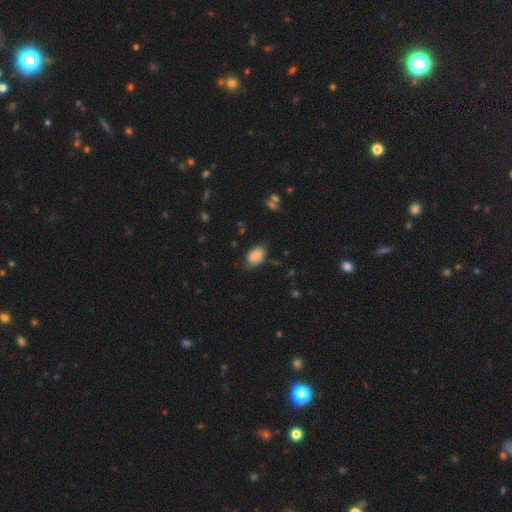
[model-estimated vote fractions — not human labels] Smooth or featured? Predicted: smooth (p=0.81). How rounded? Predicted: in between (p=0.87). Merging? Predicted: none (p=0.54).